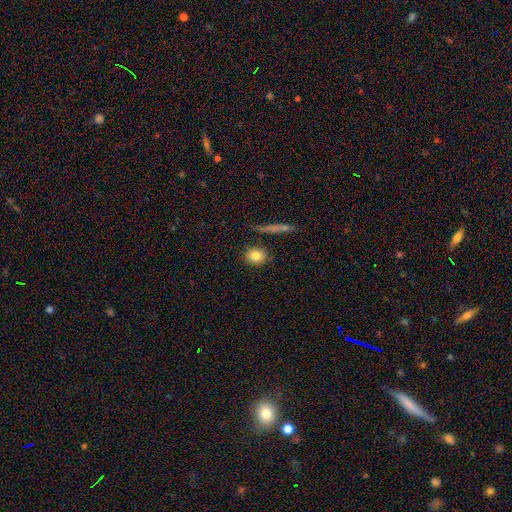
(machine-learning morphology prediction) Smooth or featured? Predicted: smooth (p=0.82). How rounded? Predicted: round (p=0.68). Merging? Predicted: none (p=0.83).